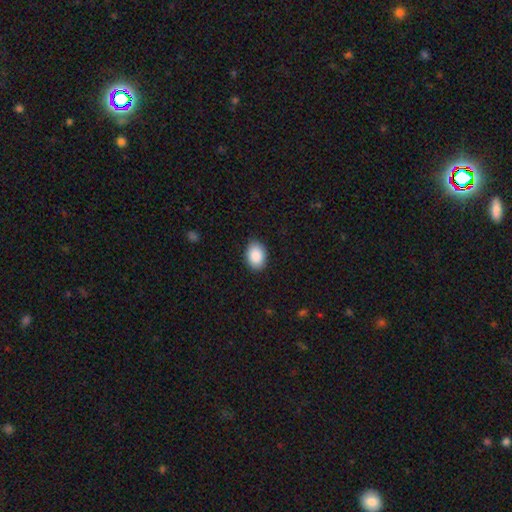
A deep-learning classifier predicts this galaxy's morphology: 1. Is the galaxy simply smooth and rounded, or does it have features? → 90% smooth, 6% star or artifact, 3% featured or disk.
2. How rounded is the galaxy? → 82% in between, 17% round, 1% cigar-shaped.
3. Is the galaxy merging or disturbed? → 88% none, 9% minor disturbance, 2% major disturbance, 1% merger.